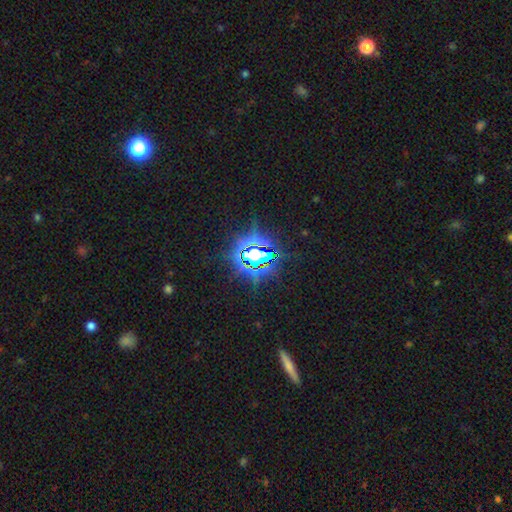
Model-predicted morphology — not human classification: The model was most divided on "smooth or featured": star or artifact: 79%, smooth: 13%, featured or disk: 8%.